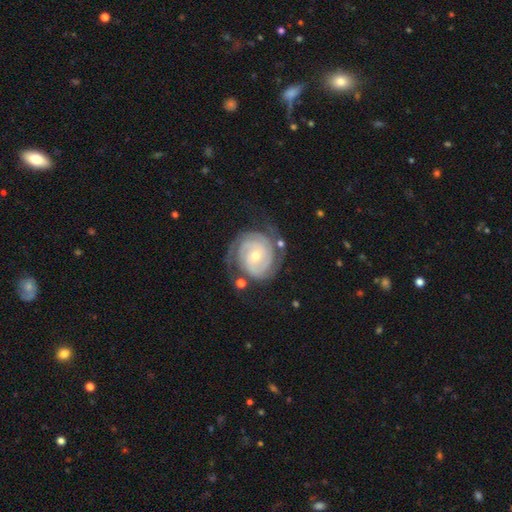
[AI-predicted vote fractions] Morphology: type=featured or disk (89%); edge-on=no (98%); bar=no (58%); spiral arms=yes (98%); winding=tight (75%); arm count=2 (61%); bulge=small (54%); merging=none (69%).